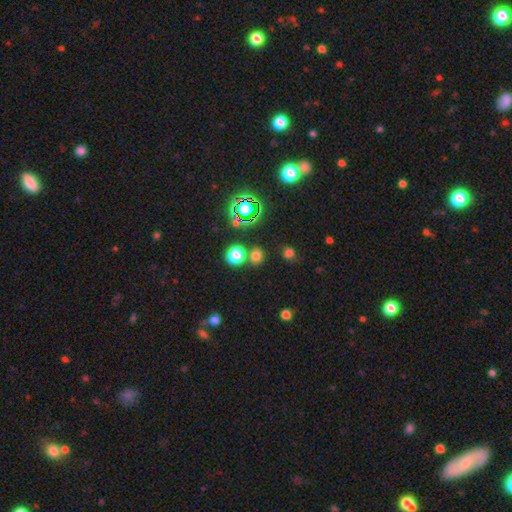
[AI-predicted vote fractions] This is likely a smooth galaxy (65%). How rounded: likely round (77%). Merging: likely none (75%).